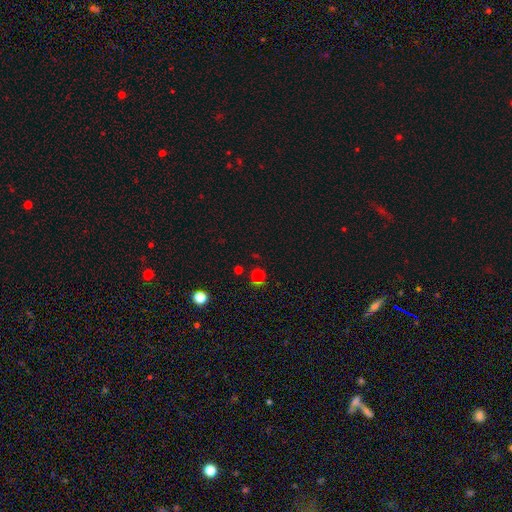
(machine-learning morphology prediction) Q: Smooth or featured?
A: smooth (57%); runner-up: star or artifact (35%)
Q: How rounded?
A: round (90%); runner-up: in between (8%)
Q: Merging?
A: none (77%); runner-up: minor disturbance (10%)